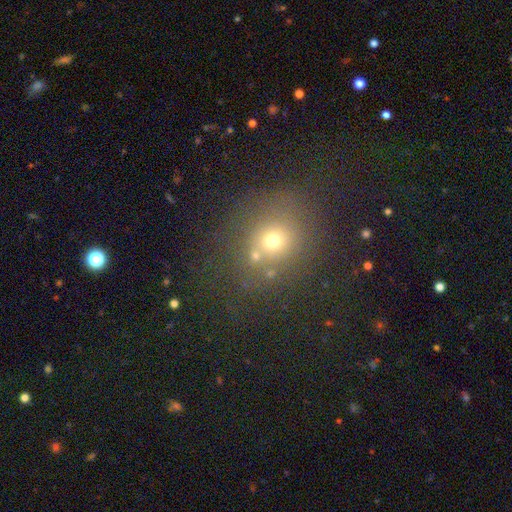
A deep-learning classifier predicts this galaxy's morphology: The model was most divided on "smooth or featured": smooth: 66%, star or artifact: 22%, featured or disk: 12%. More confident: how rounded — round (80%); merging — none (71%).